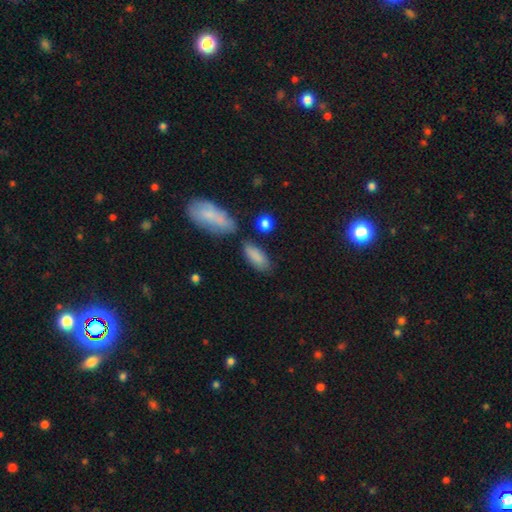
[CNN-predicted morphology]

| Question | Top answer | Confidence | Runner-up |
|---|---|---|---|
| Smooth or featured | smooth | 84% | featured or disk (9%) |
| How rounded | in between | 77% | cigar-shaped (19%) |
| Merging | none | 67% | minor disturbance (18%) |